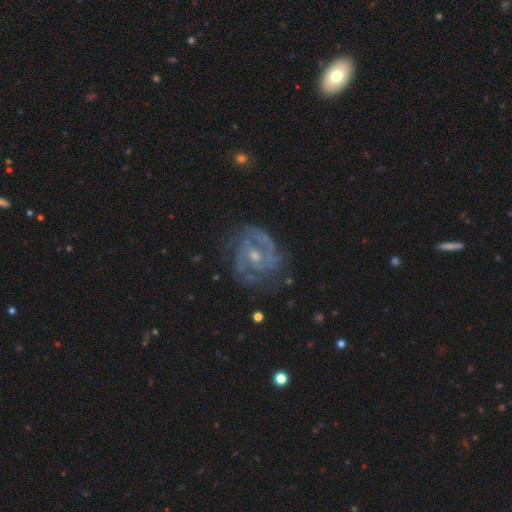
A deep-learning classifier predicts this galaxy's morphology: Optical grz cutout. It shows a featured or disk galaxy (87%) with no bar (53%), 2 (56%) tight (47%) spiral arms (94%) and a moderate central bulge (49%). Merging: none (70%).